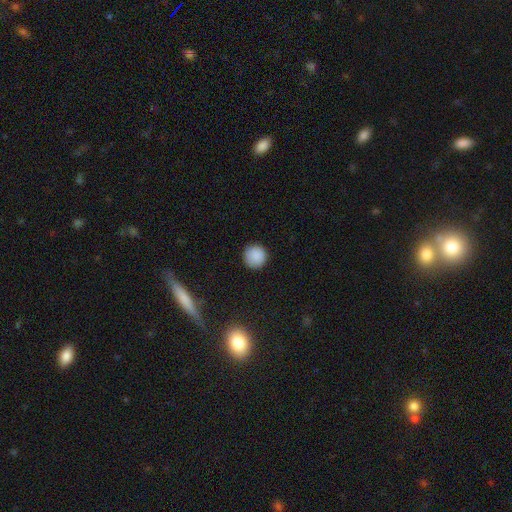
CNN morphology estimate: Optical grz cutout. It shows a smooth galaxy with no disk features (89%) that is round (95%). Merging: none (91%).